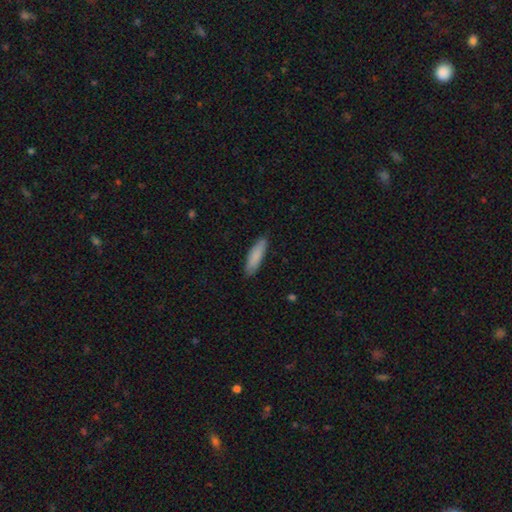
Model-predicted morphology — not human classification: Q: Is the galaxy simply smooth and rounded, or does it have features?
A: smooth — 85%.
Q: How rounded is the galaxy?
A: cigar-shaped — 68%.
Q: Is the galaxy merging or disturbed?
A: none — 87%.